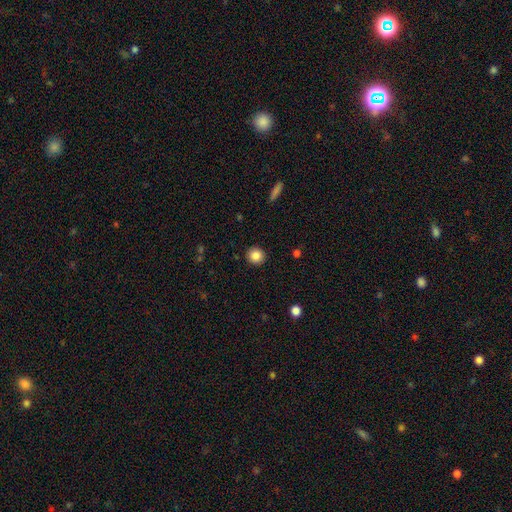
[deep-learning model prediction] This is clearly a smooth galaxy (86%). How rounded: clearly round (92%). Merging: clearly none (92%).